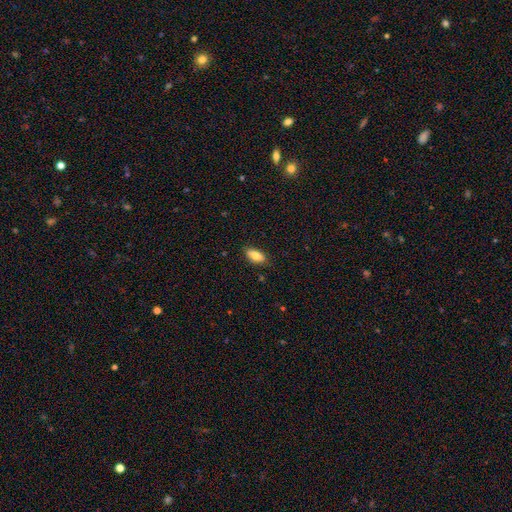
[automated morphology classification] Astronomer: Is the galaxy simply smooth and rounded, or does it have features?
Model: smooth — 79%.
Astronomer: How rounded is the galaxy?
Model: in between — 83%.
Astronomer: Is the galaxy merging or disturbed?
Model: none — 85%.